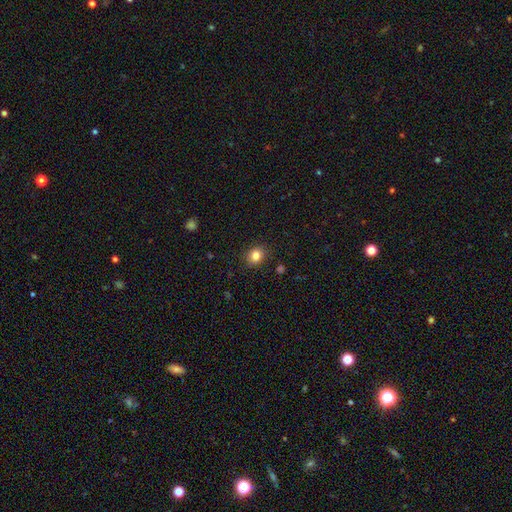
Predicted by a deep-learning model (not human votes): Smooth or featured? smooth (84%)
How rounded? round (62%)
Merging? none (88%)